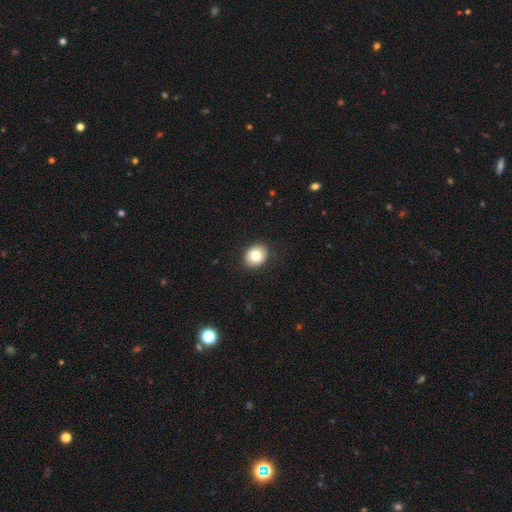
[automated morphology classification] Smooth or featured: smooth — 79% (featured or disk — 12%)
How rounded: round — 62% (in between — 37%)
Merging: none — 89% (minor disturbance — 7%)